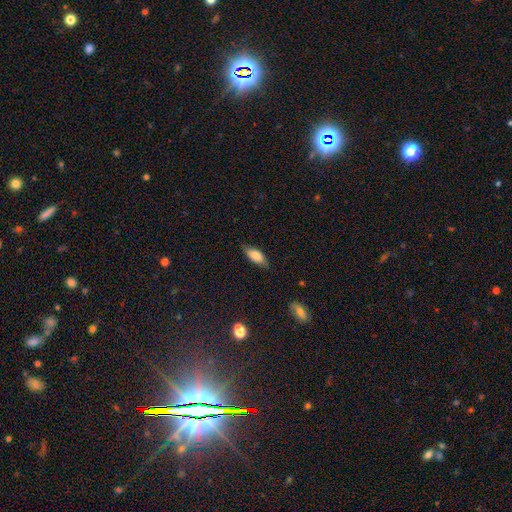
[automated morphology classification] This is likely a smooth galaxy (77%). How rounded: likely in between (77%). Merging: likely none (78%).